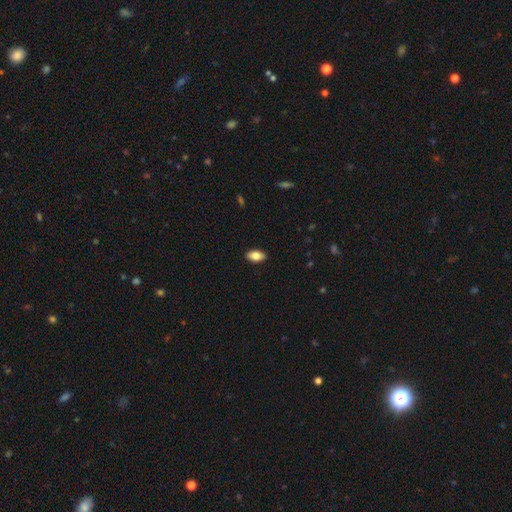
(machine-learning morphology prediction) A smooth galaxy with no disk features (83%) that is in between round and cigar-shaped (92%). Merging: none (89%).